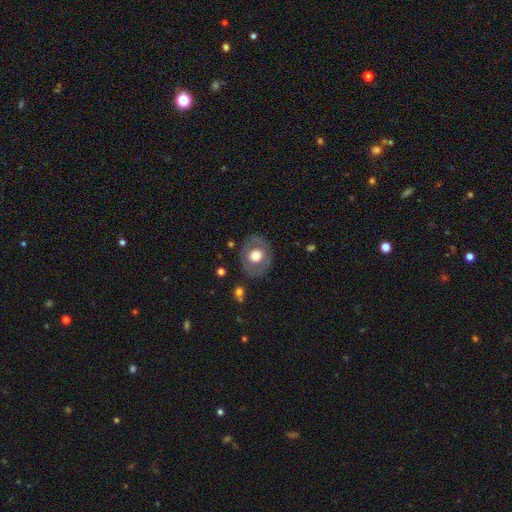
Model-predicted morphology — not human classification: Smooth or featured? smooth (56%)
How rounded? round (62%)
Merging? none (81%)